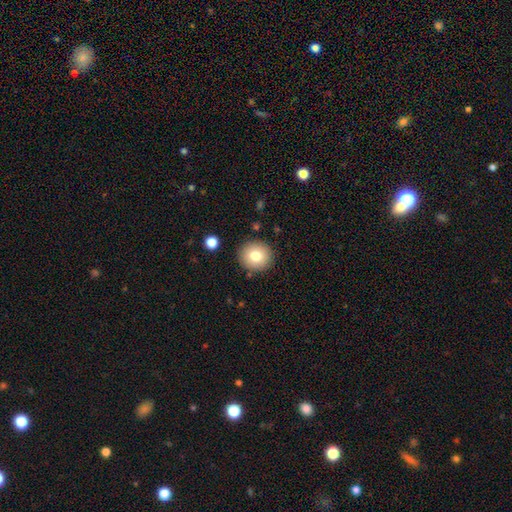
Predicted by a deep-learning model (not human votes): Smooth or featured? Predicted: smooth (p=0.76). How rounded? Predicted: round (p=0.90). Merging? Predicted: none (p=0.89).